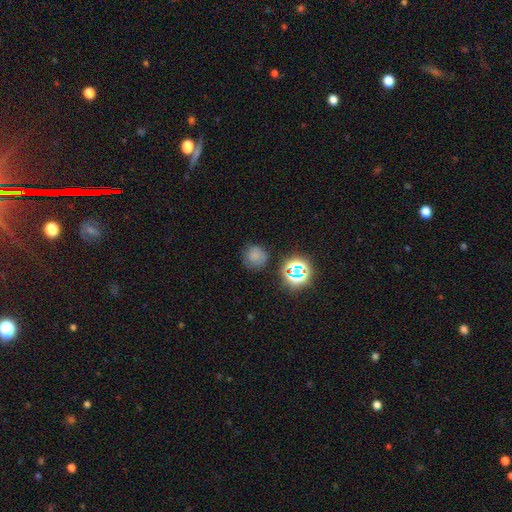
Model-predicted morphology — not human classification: This appears to be a smooth galaxy with no disk features (68%) that is round (90%). Merging: none (75%).